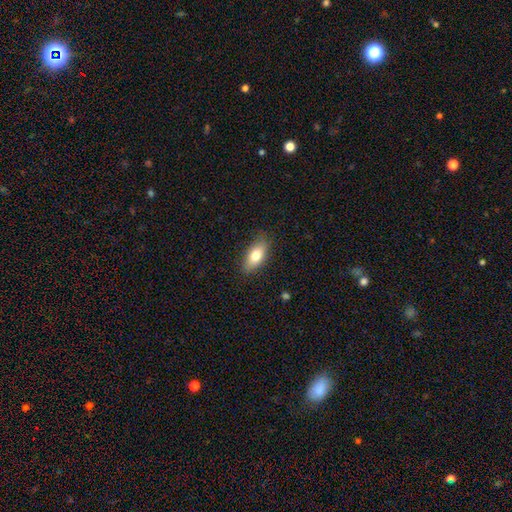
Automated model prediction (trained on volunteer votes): Smooth or featured? smooth (76%)
How rounded? in between (84%)
Merging? none (84%)